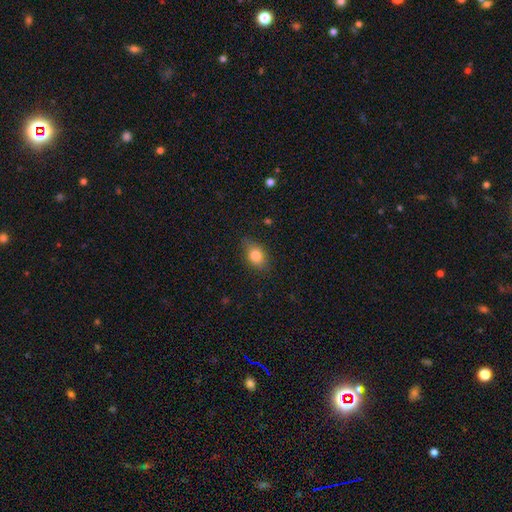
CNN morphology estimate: This appears to be a smooth galaxy with no disk features (82%) that is in between round and cigar-shaped (74%). Merging: none (78%).